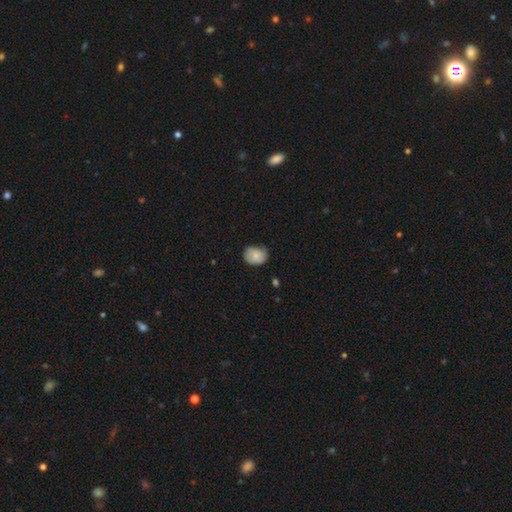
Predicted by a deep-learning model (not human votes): smooth-or-featured: smooth: 80% | featured or disk: 13% | star or artifact: 7%
  how-rounded: in between: 52% | round: 47% | cigar-shaped: 1%
  merging: none: 68% | minor disturbance: 27% | major disturbance: 5% | merger: 1%